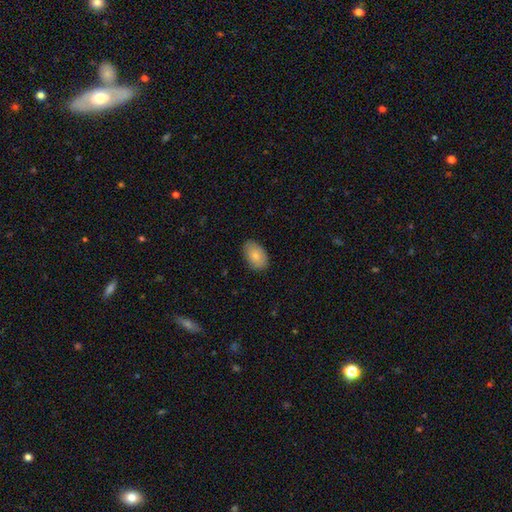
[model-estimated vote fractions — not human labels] The model was most divided on "smooth or featured": smooth: 83%, featured or disk: 11%, star or artifact: 6%. More confident: how rounded — in between (91%); merging — none (85%).